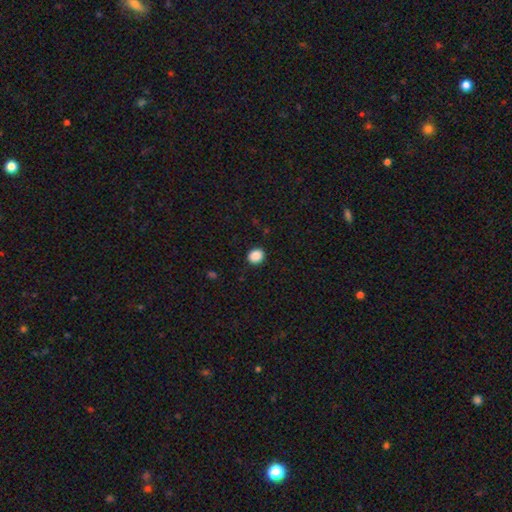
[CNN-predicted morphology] smooth-or-featured: smooth: 89% | star or artifact: 9% | featured or disk: 2%
  how-rounded: round: 74% | in between: 25% | cigar-shaped: 1%
  merging: none: 91% | minor disturbance: 6% | major disturbance: 2% | merger: 1%